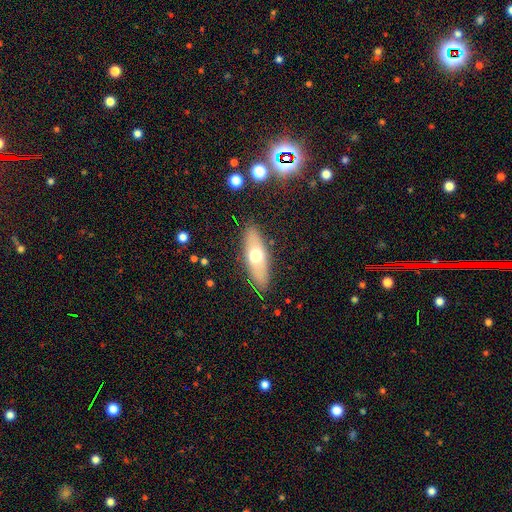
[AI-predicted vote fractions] This appears to be a smooth galaxy with no disk features (58%) that is in between round and cigar-shaped (63%). Merging: none (86%).